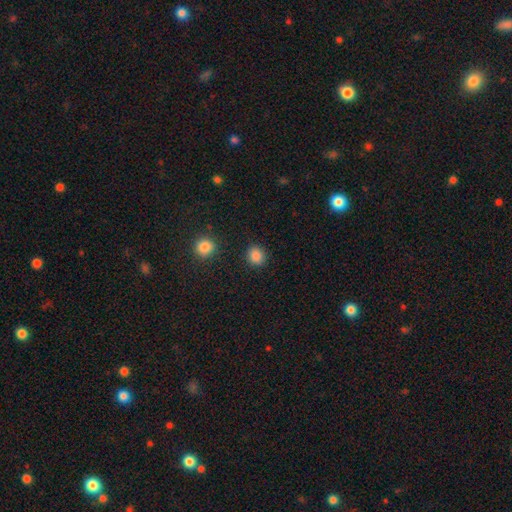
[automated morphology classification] A smooth galaxy with no disk features (86%) that is round (77%). Merging: none (89%).